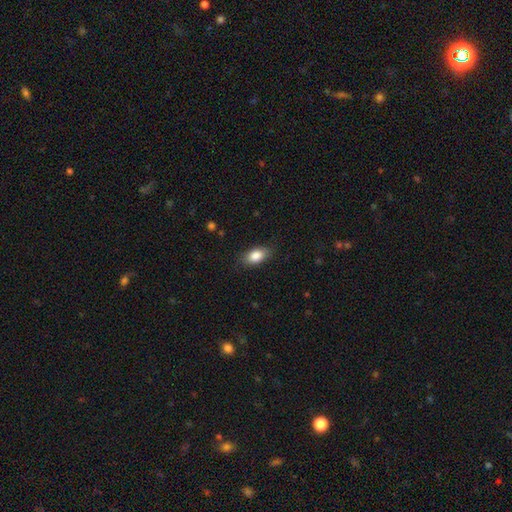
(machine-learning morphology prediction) Smooth or featured?
  - smooth: 85% *
  - featured or disk: 7%
  - star or artifact: 7%
How rounded?
  - in between: 88% *
  - round: 8%
  - cigar-shaped: 4%
Merging?
  - none: 82% *
  - minor disturbance: 14%
  - major disturbance: 3%
  - merger: 1%